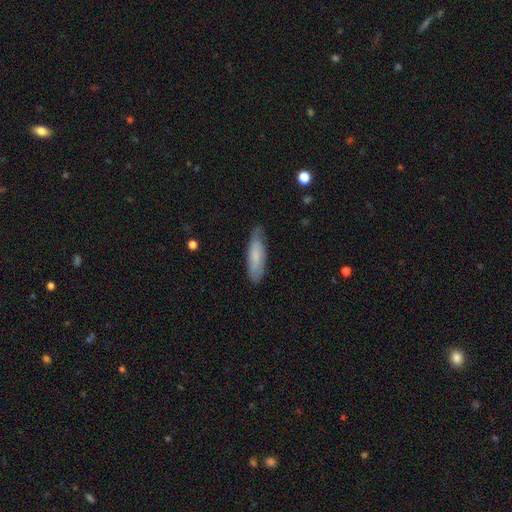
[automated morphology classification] Q: Smooth or featured?
A: smooth (66%); runner-up: featured or disk (28%)
Q: How rounded?
A: cigar-shaped (57%); runner-up: in between (41%)
Q: Merging?
A: none (75%); runner-up: minor disturbance (20%)